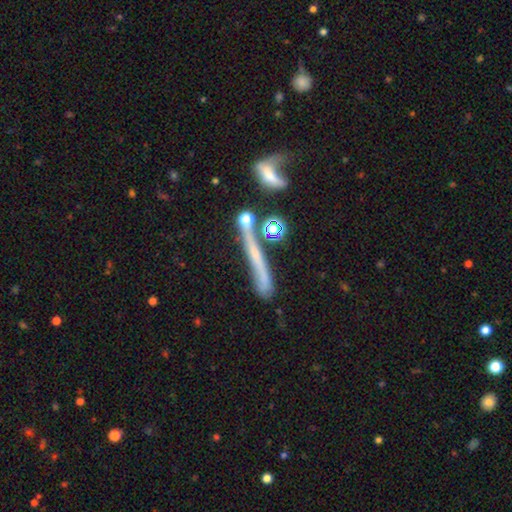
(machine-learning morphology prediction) This is possibly a featured or disk galaxy (53%). It is likely viewed edge-on (76%). Merging: marginally none (44%).